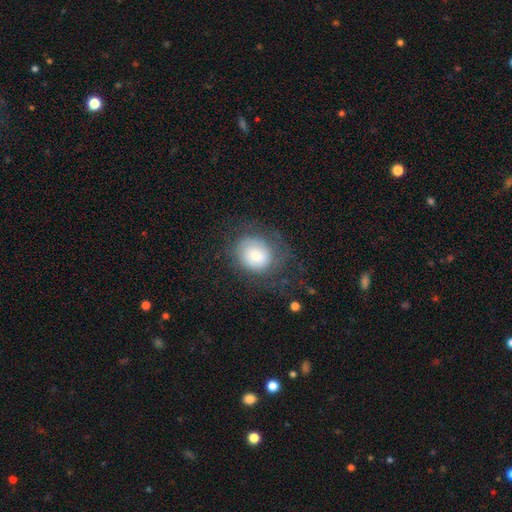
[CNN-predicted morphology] Smooth or featured? Predicted: smooth (p=0.59). How rounded? Predicted: round (p=0.66). Merging? Predicted: none (p=0.60).